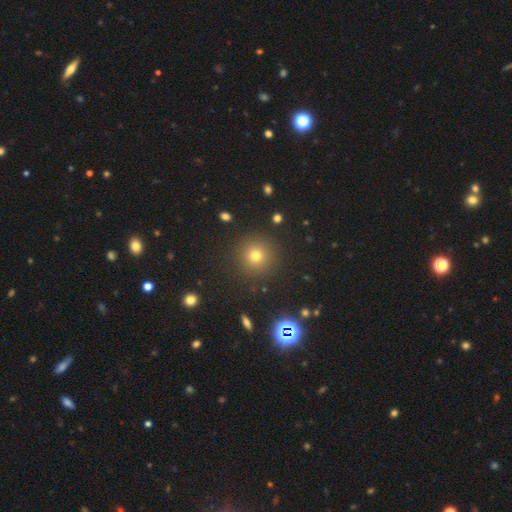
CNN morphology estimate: smooth_or_featured: smooth (p=0.70) [alt: star or artifact p=0.22]
how_rounded: round (p=0.95) [alt: in between p=0.04]
merging: none (p=0.91) [alt: minor disturbance p=0.05]